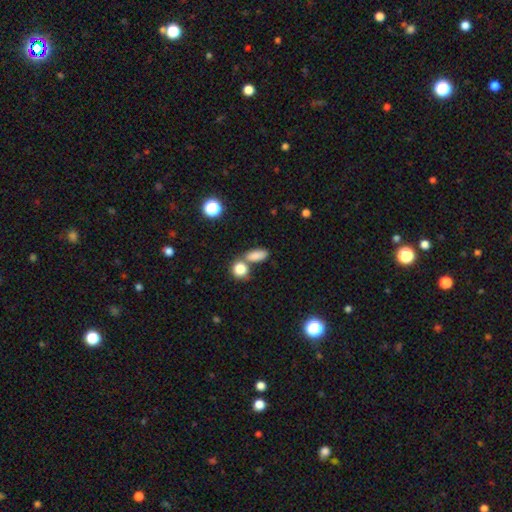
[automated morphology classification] smooth_or_featured: smooth (p=0.83) [alt: star or artifact p=0.10]
how_rounded: in between (p=0.77) [alt: round p=0.15]
merging: none (p=0.51) [alt: merger p=0.34]